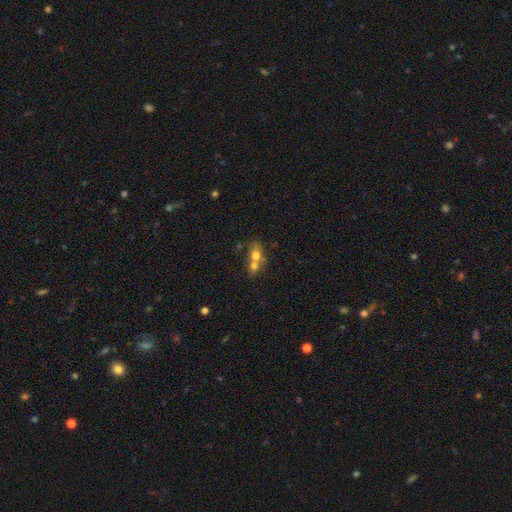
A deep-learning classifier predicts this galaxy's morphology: type=smooth (67%); roundness=in between (49%); merging=merger (67%).